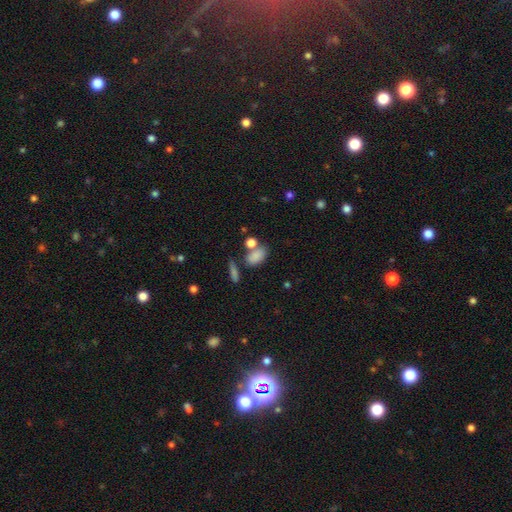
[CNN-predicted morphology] Q: Smooth or featured?
A: smooth (83%); runner-up: star or artifact (10%)
Q: How rounded?
A: in between (83%); runner-up: round (13%)
Q: Merging?
A: none (54%); runner-up: merger (25%)